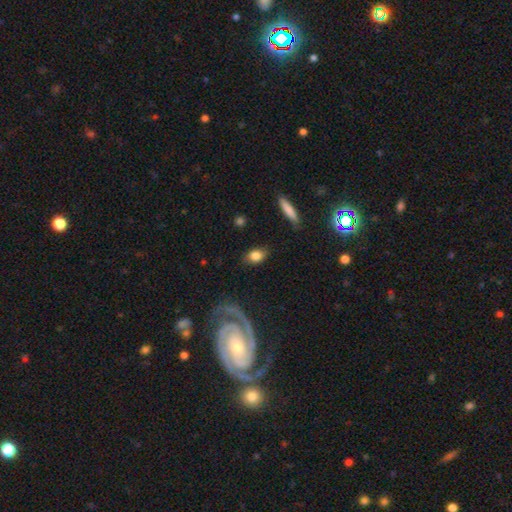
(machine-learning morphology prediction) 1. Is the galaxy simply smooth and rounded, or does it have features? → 80% smooth, 12% featured or disk, 8% star or artifact.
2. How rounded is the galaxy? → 75% in between, 22% round, 3% cigar-shaped.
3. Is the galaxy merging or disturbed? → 79% none, 14% minor disturbance, 5% major disturbance, 2% merger.